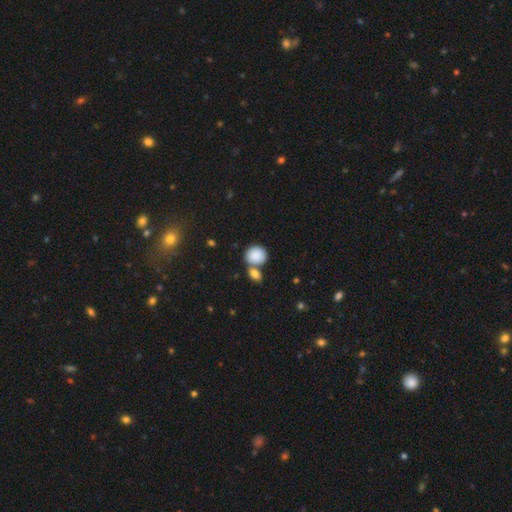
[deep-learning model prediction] Overall: smooth (87%). How rounded: round (76%). Merging: none (51%; merger 34%).